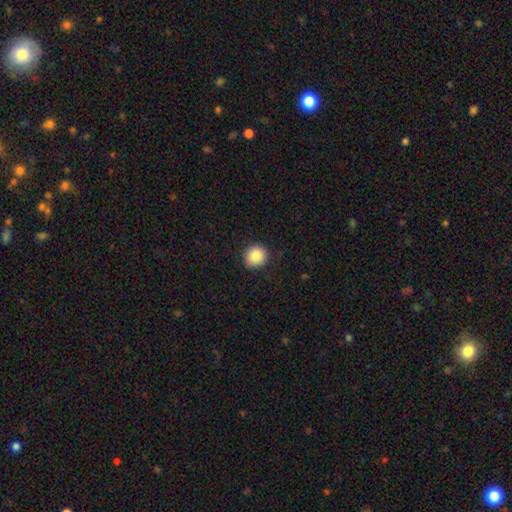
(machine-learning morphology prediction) Q: Smooth or featured?
A: smooth (87%); runner-up: star or artifact (8%)
Q: How rounded?
A: round (86%); runner-up: in between (13%)
Q: Merging?
A: none (90%); runner-up: minor disturbance (7%)